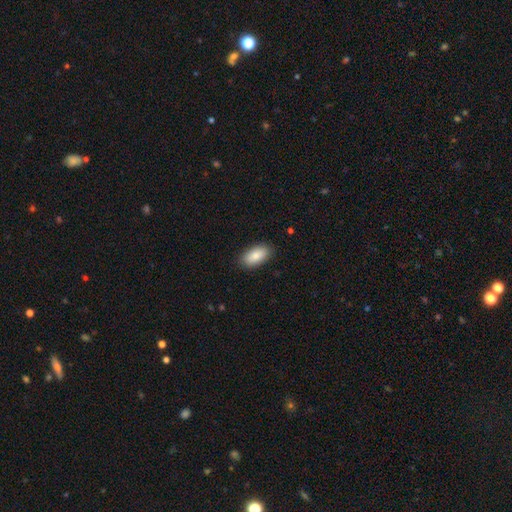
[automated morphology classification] type=smooth (86%); roundness=in between (93%); merging=none (88%).